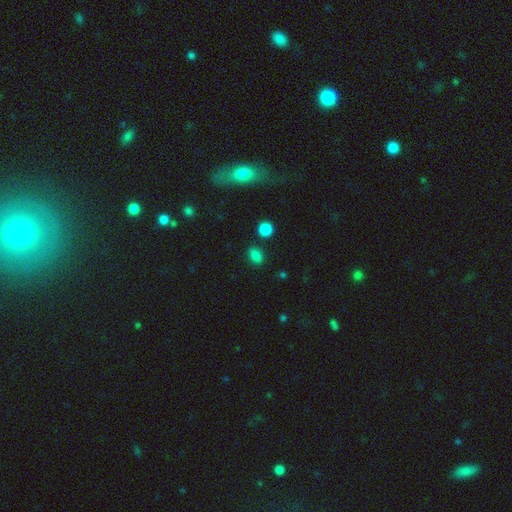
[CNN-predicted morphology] Smooth or featured?
  - smooth: 82% *
  - star or artifact: 14%
  - featured or disk: 5%
How rounded?
  - in between: 72% *
  - round: 25%
  - cigar-shaped: 2%
Merging?
  - none: 81% *
  - minor disturbance: 11%
  - merger: 5%
  - major disturbance: 3%